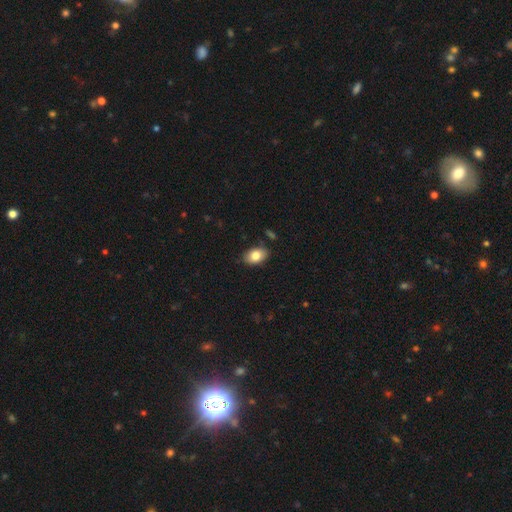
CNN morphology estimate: Smooth or featured: smooth — 83% (featured or disk — 9%)
How rounded: in between — 88% (round — 11%)
Merging: none — 84% (minor disturbance — 12%)